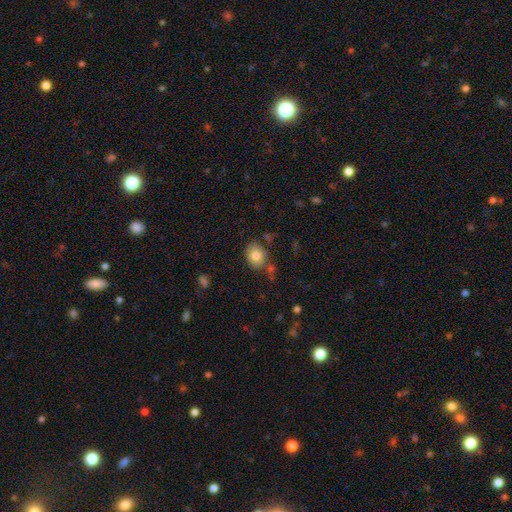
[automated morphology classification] This appears to be a smooth galaxy with no disk features (80%) that is in between round and cigar-shaped (50%). Merging: none (74%).